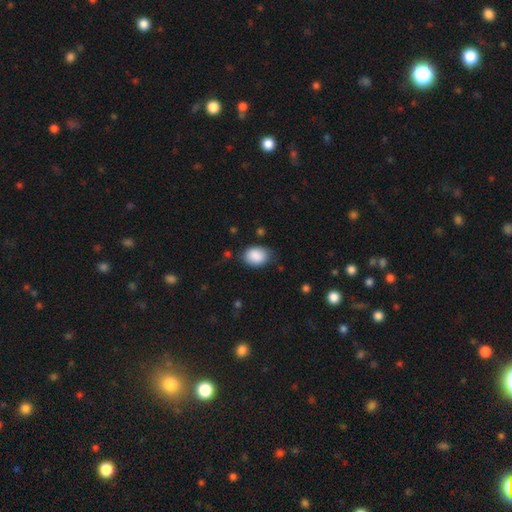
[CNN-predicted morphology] smooth 89%, star or artifact 7%, featured or disk 4%. Down the decision tree: how rounded — in between (71%); merging — none (73%).